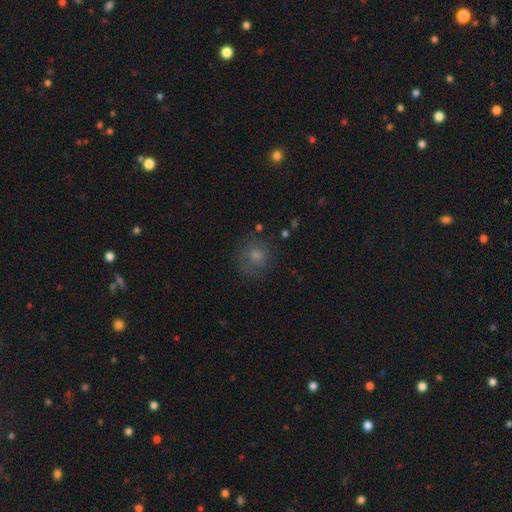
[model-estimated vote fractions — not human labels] Smooth or featured?
  - smooth: 72% *
  - star or artifact: 14%
  - featured or disk: 14%
How rounded?
  - round: 86% *
  - in between: 13%
  - cigar-shaped: 1%
Merging?
  - none: 74% *
  - minor disturbance: 16%
  - major disturbance: 8%
  - merger: 2%